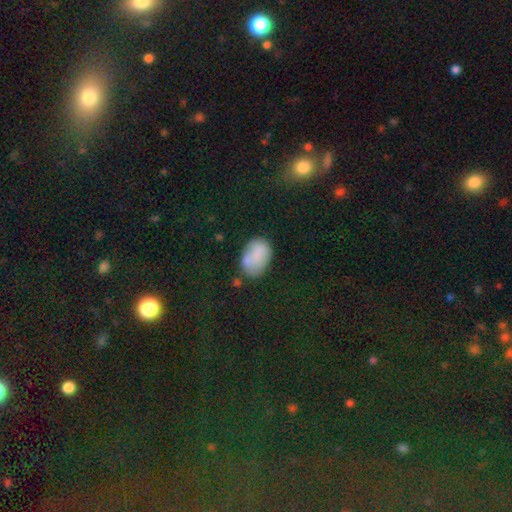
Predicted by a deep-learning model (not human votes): Smooth or featured: smooth — 78% (featured or disk — 13%)
How rounded: in between — 84% (round — 15%)
Merging: none — 57% (minor disturbance — 26%)